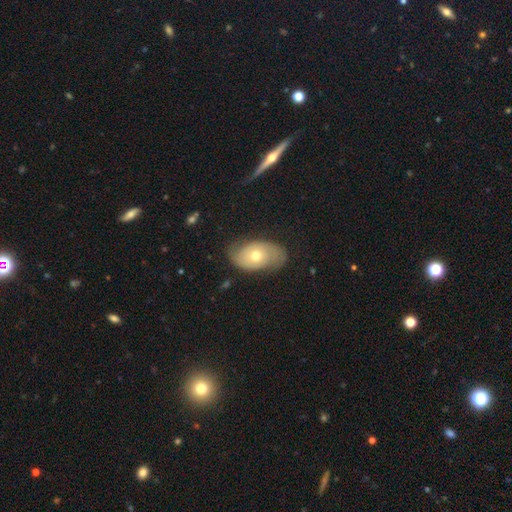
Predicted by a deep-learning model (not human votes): Morphology: type=featured or disk (55%); edge-on=no (92%); bar=no (85%); spiral arms=yes (66%); bulge=moderate (70%); merging=none (70%).